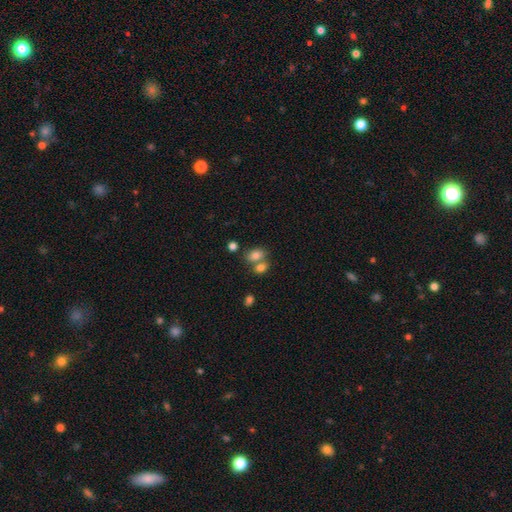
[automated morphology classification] A smooth galaxy with no disk features (80%) that is in between round and cigar-shaped (80%).

Vote fractions:
- Smooth or featured? smooth: 80% / star or artifact: 10% / featured or disk: 10%
- How rounded? in between: 80% / round: 18% / cigar-shaped: 2%
- Merging? merger: 45% / none: 41% / minor disturbance: 10% / major disturbance: 4%